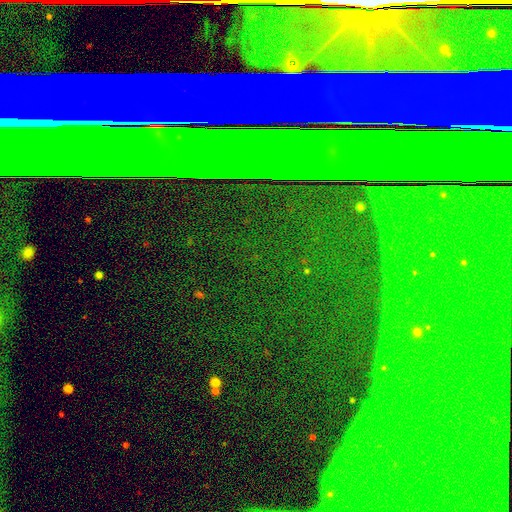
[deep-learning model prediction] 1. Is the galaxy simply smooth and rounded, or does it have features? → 82% star or artifact, 10% featured or disk, 8% smooth.